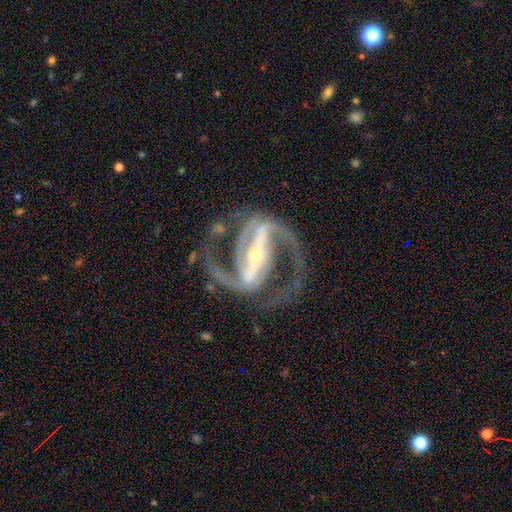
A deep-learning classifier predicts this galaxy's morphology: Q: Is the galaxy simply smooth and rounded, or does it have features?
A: featured or disk — 93%.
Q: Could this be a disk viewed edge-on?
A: no — 97%.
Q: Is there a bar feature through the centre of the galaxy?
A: strong — 80%.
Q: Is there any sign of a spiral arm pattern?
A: yes — 98%.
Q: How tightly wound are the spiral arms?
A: medium — 62%.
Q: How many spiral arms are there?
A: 2 — 92%.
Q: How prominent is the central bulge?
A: small — 67%.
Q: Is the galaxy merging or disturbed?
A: none — 73%.